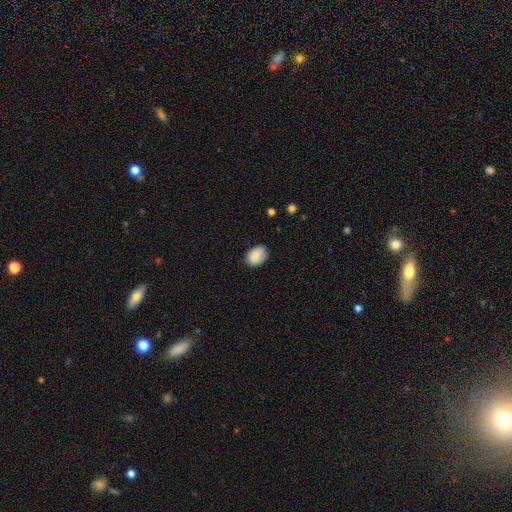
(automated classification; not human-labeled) A smooth galaxy with no disk features (86%) that is in between round and cigar-shaped (73%).

Vote fractions:
- Smooth or featured? smooth: 86% / star or artifact: 7% / featured or disk: 7%
- How rounded? in between: 73% / round: 26% / cigar-shaped: 1%
- Merging? none: 79% / minor disturbance: 17% / major disturbance: 3% / merger: 1%